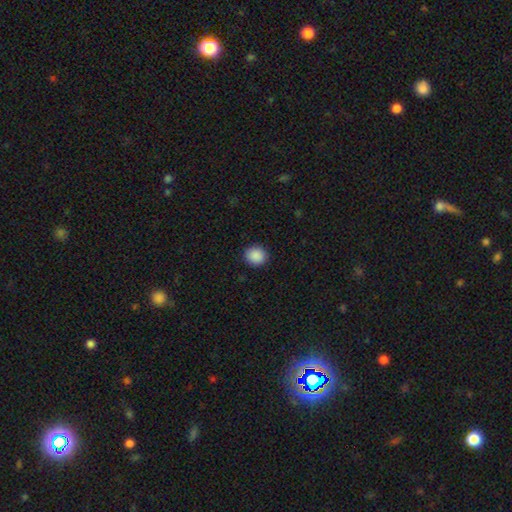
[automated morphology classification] Smooth or featured? Predicted: smooth (p=0.89). How rounded? Predicted: round (p=0.83). Merging? Predicted: none (p=0.91).